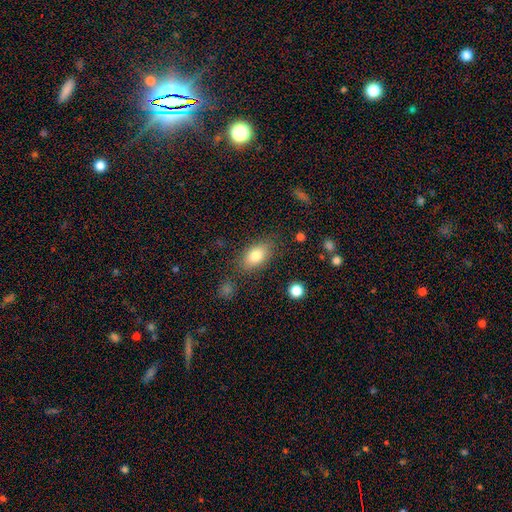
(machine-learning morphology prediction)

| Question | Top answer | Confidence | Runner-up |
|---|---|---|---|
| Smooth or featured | smooth | 79% | featured or disk (12%) |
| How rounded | in between | 86% | round (10%) |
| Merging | none | 80% | minor disturbance (13%) |